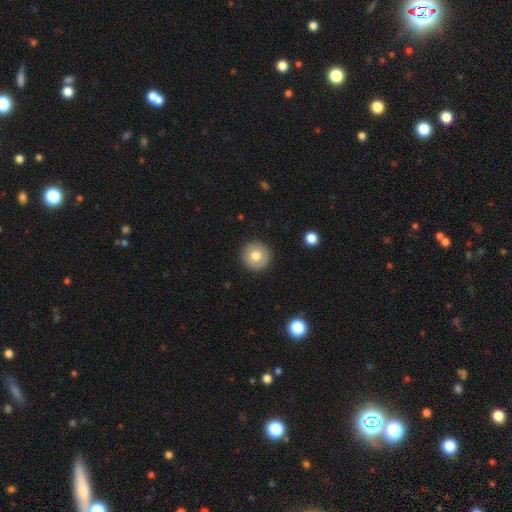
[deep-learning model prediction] The model was most divided on "smooth or featured": smooth: 75%, featured or disk: 17%, star or artifact: 8%. More confident: how rounded — round (96%); merging — none (92%).